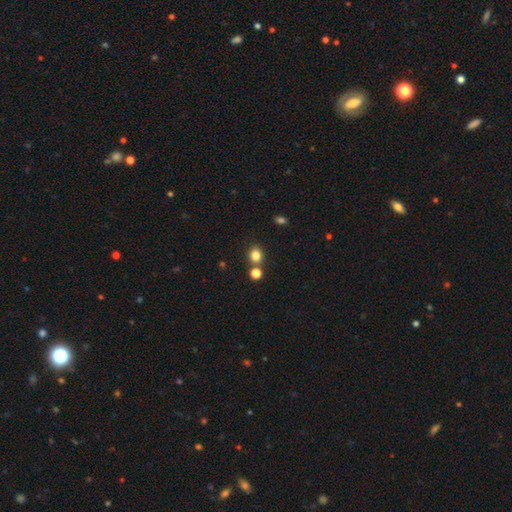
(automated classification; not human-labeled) Smooth or featured?
  - smooth: 82% *
  - star or artifact: 13%
  - featured or disk: 5%
How rounded?
  - round: 64% *
  - in between: 35%
  - cigar-shaped: 1%
Merging?
  - none: 71% *
  - merger: 16%
  - minor disturbance: 9%
  - major disturbance: 3%